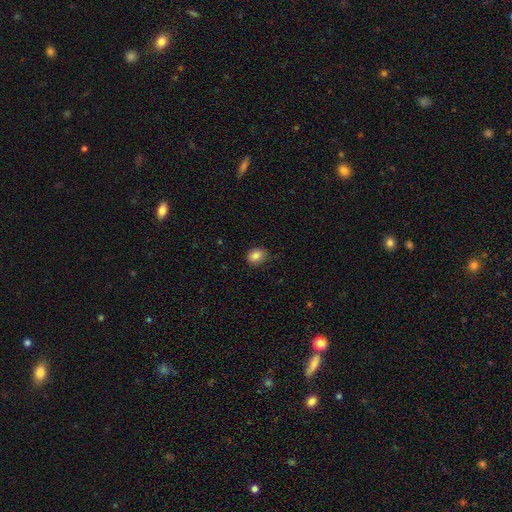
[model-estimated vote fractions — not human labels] A smooth galaxy with no disk features (85%) that is in between round and cigar-shaped (51%). Merging: none (75%).